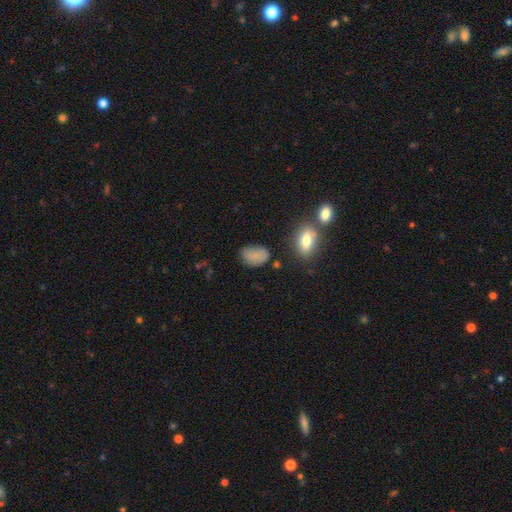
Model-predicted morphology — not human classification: Smooth or featured: smooth — 82% (star or artifact — 10%)
How rounded: in between — 85% (round — 14%)
Merging: none — 64% (minor disturbance — 25%)